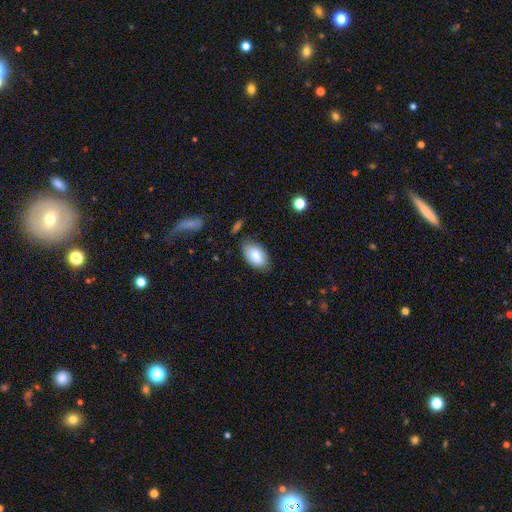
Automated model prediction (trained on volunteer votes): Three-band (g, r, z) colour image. It shows a smooth galaxy with no disk features (84%) that is in between round and cigar-shaped (93%). Merging: none (76%).